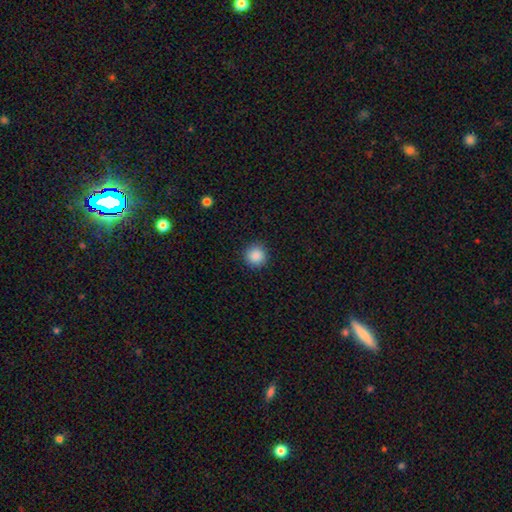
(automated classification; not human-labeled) This appears to be a smooth galaxy with no disk features (88%) that is round (94%). Merging: none (91%).